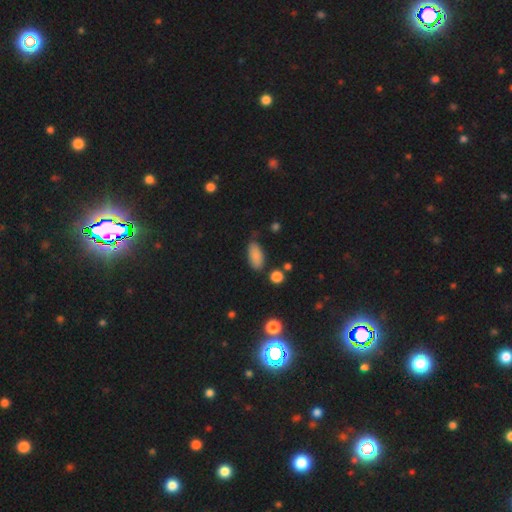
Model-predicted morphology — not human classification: smooth-or-featured: smooth: 85% | star or artifact: 9% | featured or disk: 6%
  how-rounded: in between: 87% | cigar-shaped: 10% | round: 3%
  merging: none: 72% | minor disturbance: 20% | major disturbance: 4% | merger: 3%